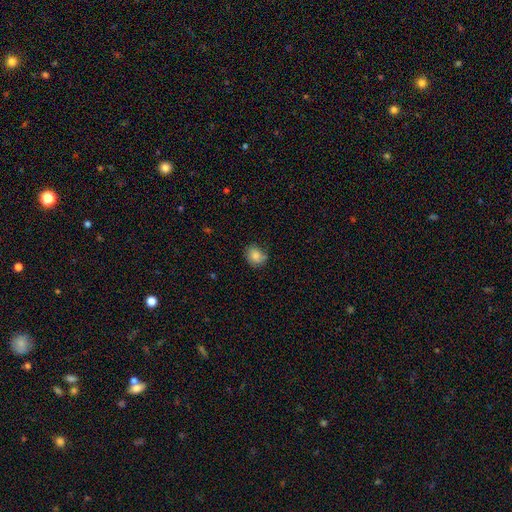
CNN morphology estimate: Smooth or featured: smooth — 81% (featured or disk — 10%)
How rounded: round — 58% (in between — 41%)
Merging: none — 67% (minor disturbance — 24%)